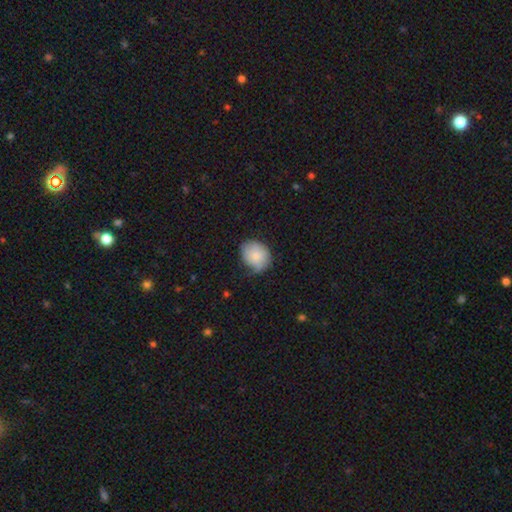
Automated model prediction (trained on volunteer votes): smooth 80%, featured or disk 13%, star or artifact 7%. Down the decision tree: how rounded — round (54%); merging — none (56%).